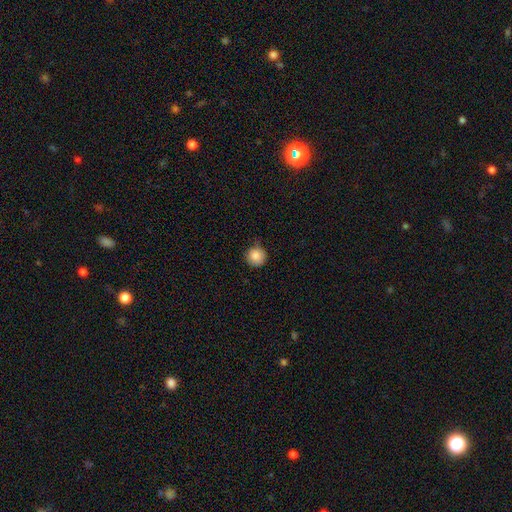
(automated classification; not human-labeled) A smooth galaxy with no disk features (86%) that is round (94%).

Vote fractions:
- Smooth or featured? smooth: 86% / star or artifact: 9% / featured or disk: 5%
- How rounded? round: 94% / in between: 5% / cigar-shaped: 1%
- Merging? none: 74% / minor disturbance: 21% / major disturbance: 3% / merger: 1%